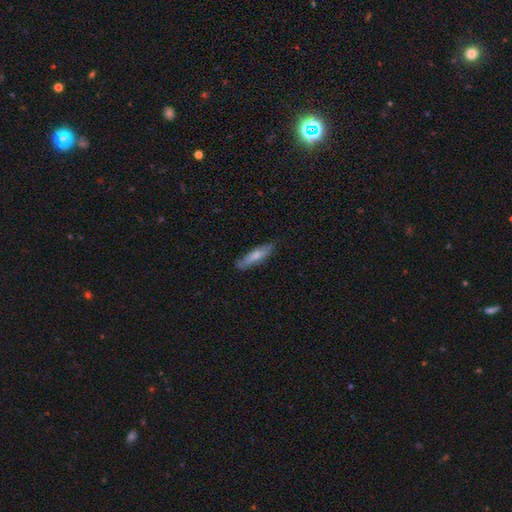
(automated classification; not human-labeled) This appears to be a smooth galaxy with no disk features (65%) that is cigar-shaped (76%). Merging: none (81%).